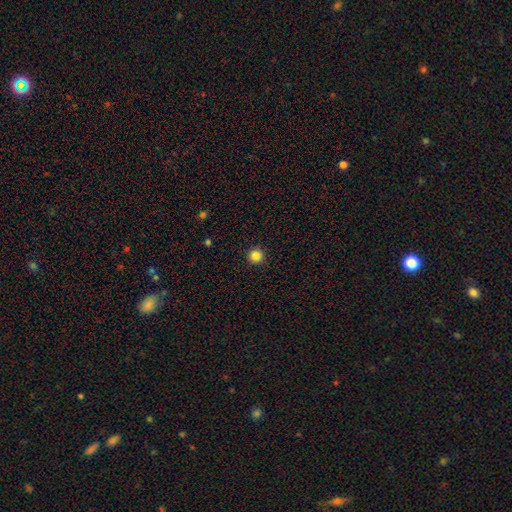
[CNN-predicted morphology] Smooth or featured? Predicted: smooth (p=0.85). How rounded? Predicted: round (p=0.96). Merging? Predicted: none (p=0.93).